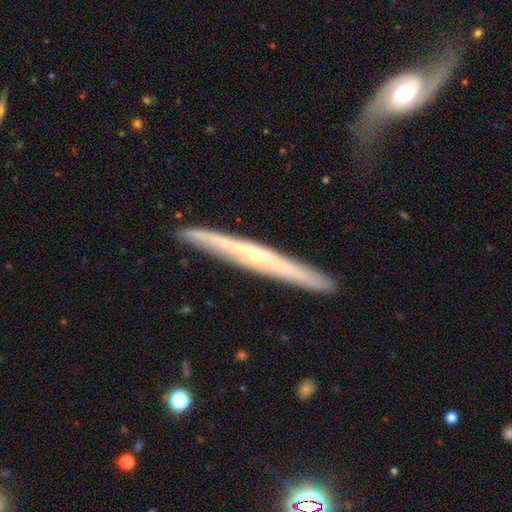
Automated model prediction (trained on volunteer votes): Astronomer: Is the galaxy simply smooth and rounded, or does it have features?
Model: featured or disk — 74%.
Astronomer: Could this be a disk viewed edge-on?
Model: yes — 93%.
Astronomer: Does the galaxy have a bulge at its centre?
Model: rounded — 63%.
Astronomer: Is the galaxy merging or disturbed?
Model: none — 84%.